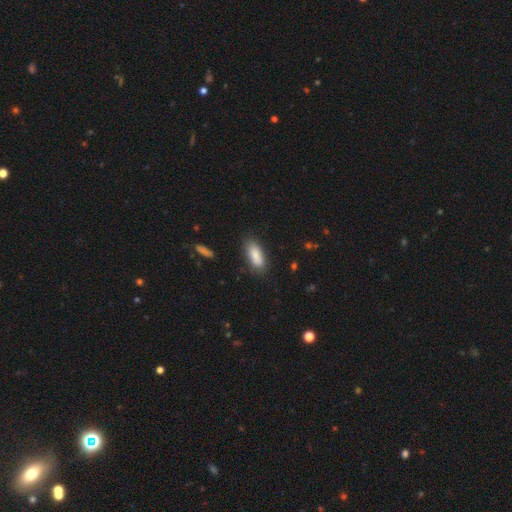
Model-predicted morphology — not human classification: The model was most divided on "how rounded": in between: 80%, cigar-shaped: 18%, round: 2%. More confident: smooth or featured — smooth (87%); merging — none (81%).